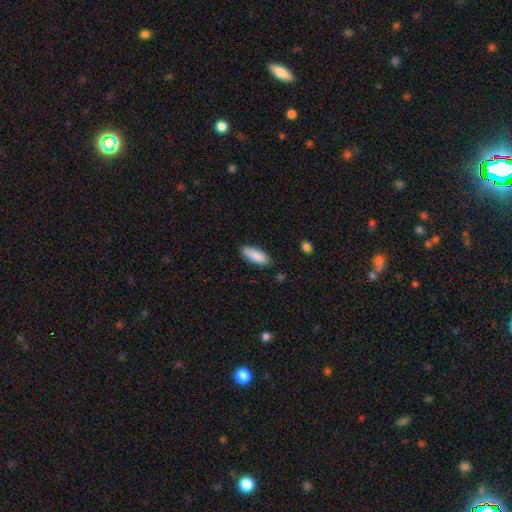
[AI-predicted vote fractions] smooth_or_featured: smooth (p=0.89) [alt: star or artifact p=0.06]
how_rounded: in between (p=0.75) [alt: cigar-shaped p=0.24]
merging: none (p=0.86) [alt: minor disturbance p=0.11]